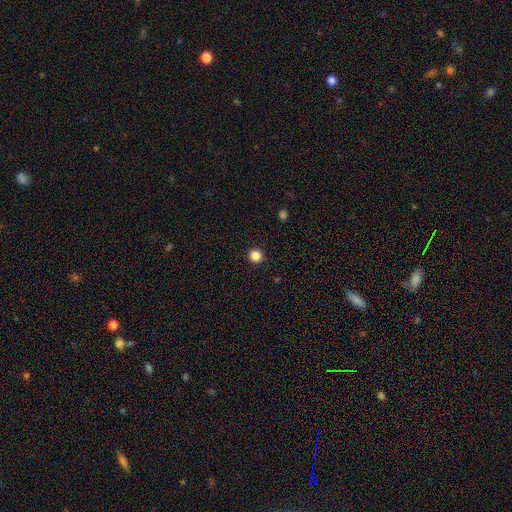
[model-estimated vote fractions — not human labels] This is clearly a smooth galaxy (86%). How rounded: clearly round (95%). Merging: clearly none (93%).